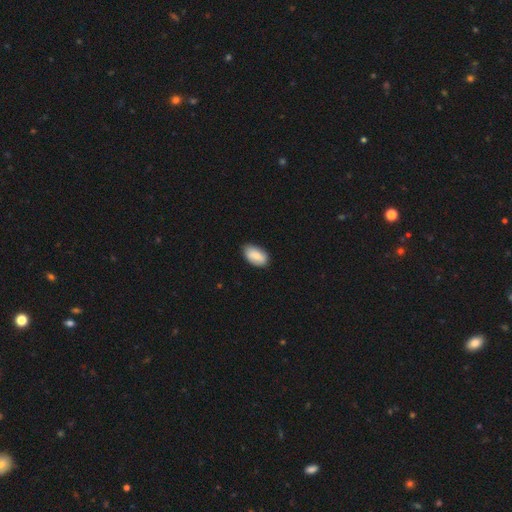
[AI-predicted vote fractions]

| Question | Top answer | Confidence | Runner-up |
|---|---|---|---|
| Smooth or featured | smooth | 80% | featured or disk (13%) |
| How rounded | in between | 94% | round (5%) |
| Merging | none | 82% | minor disturbance (15%) |